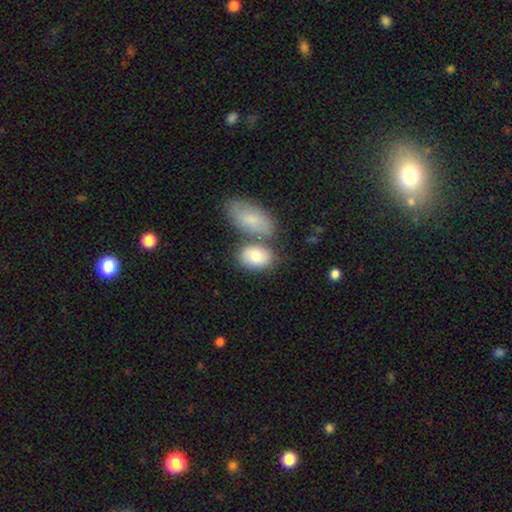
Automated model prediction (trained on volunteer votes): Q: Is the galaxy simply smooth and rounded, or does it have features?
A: smooth — 78%.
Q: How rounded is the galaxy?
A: in between — 85%.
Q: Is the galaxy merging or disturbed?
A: none — 51%.